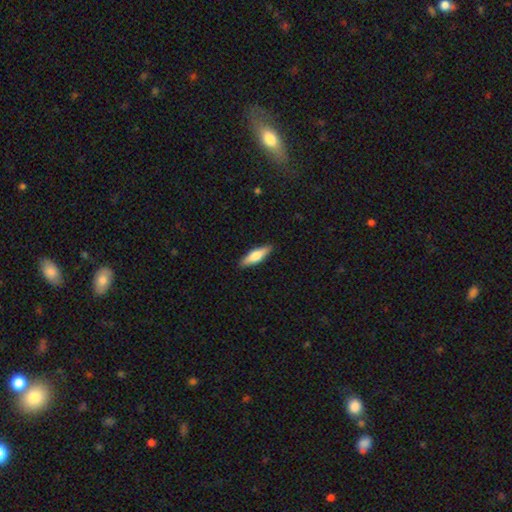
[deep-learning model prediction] Smooth or featured? smooth (61%)
How rounded? cigar-shaped (59%)
Merging? none (90%)